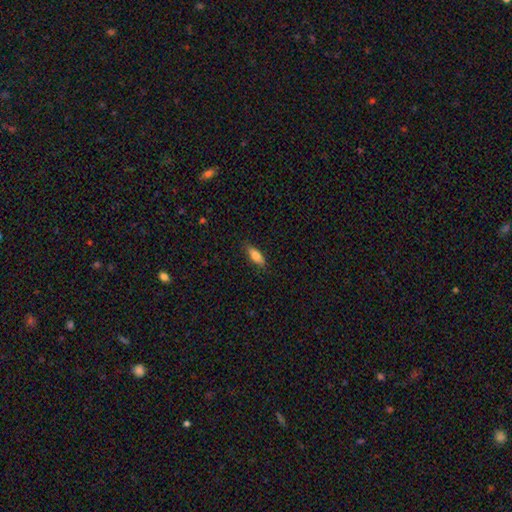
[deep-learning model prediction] This is likely a smooth galaxy (78%). How rounded: likely in between (64%). Merging: clearly none (85%).